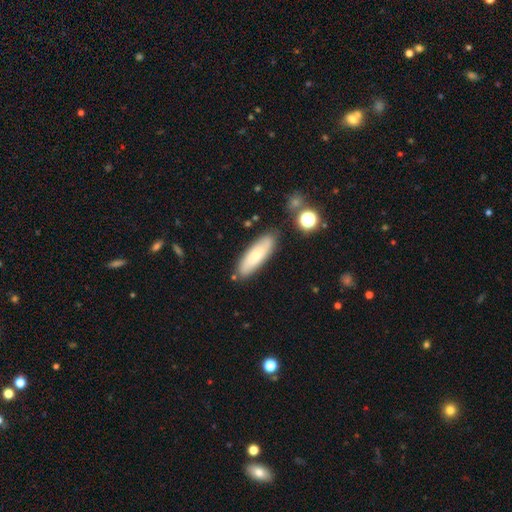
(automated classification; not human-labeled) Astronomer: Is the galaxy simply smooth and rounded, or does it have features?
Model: smooth — 67%.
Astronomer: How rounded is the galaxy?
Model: cigar-shaped — 54% (runner-up: in between, 44%).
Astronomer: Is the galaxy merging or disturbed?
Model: none — 81%.